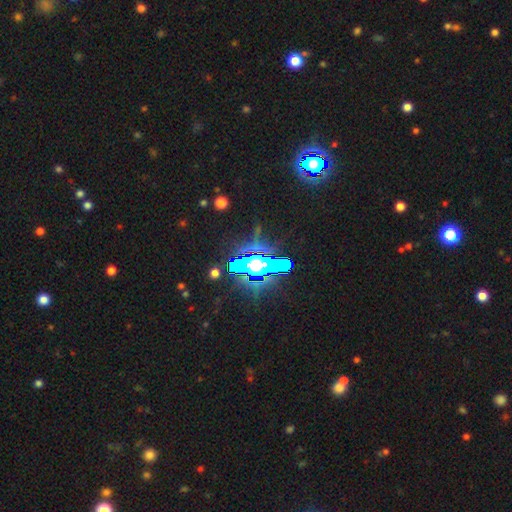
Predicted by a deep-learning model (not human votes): A star or artifact, not a galaxy (78%).